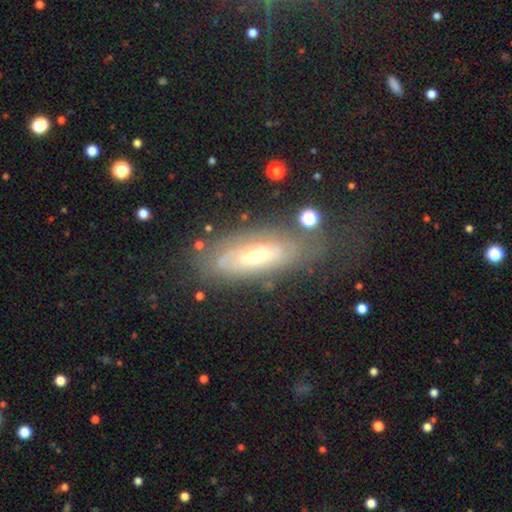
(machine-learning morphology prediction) A featured or disk galaxy (64%) with no bar (61%), spiral arms (67%) and a moderate central bulge (57%). Merging: none (62%).